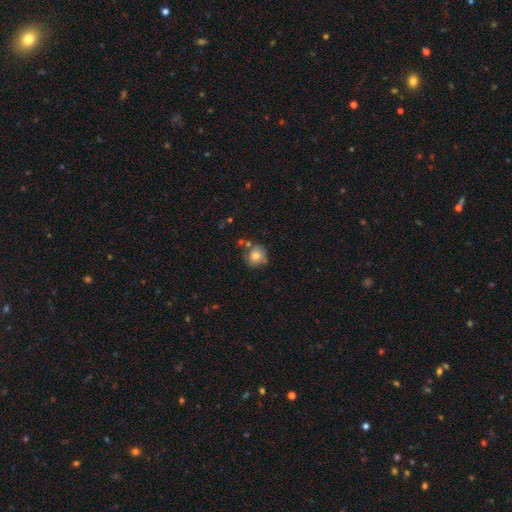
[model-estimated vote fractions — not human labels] A smooth galaxy with no disk features (75%) that is round (86%).

Vote fractions:
- Smooth or featured? smooth: 75% / featured or disk: 16% / star or artifact: 10%
- How rounded? round: 86% / in between: 13% / cigar-shaped: 1%
- Merging? none: 65% / minor disturbance: 20% / merger: 10% / major disturbance: 5%